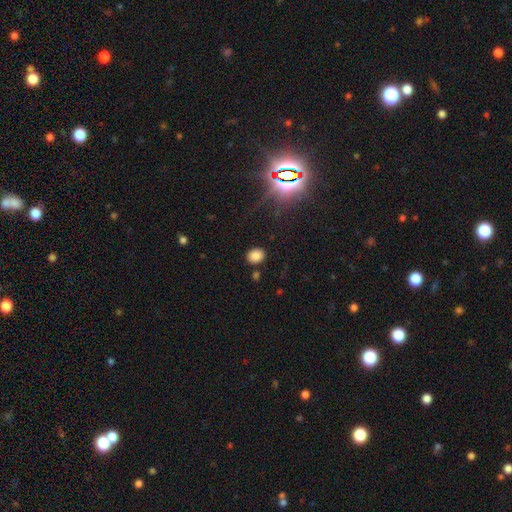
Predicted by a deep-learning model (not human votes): This is clearly a smooth galaxy (82%). How rounded: possibly in between (50%). Merging: clearly none (85%).